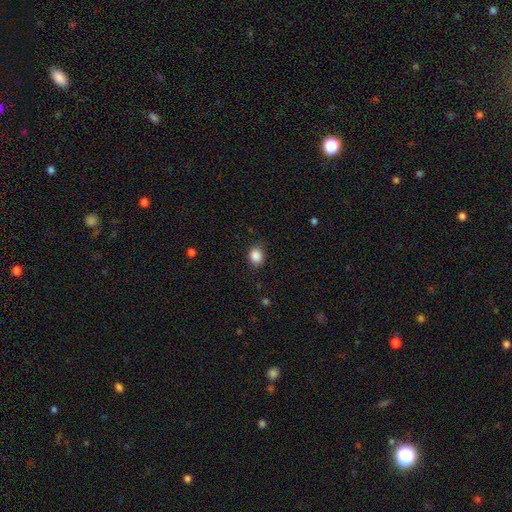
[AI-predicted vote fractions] Smooth or featured: smooth — 88% (star or artifact — 9%)
How rounded: round — 57% (in between — 42%)
Merging: none — 84% (minor disturbance — 12%)